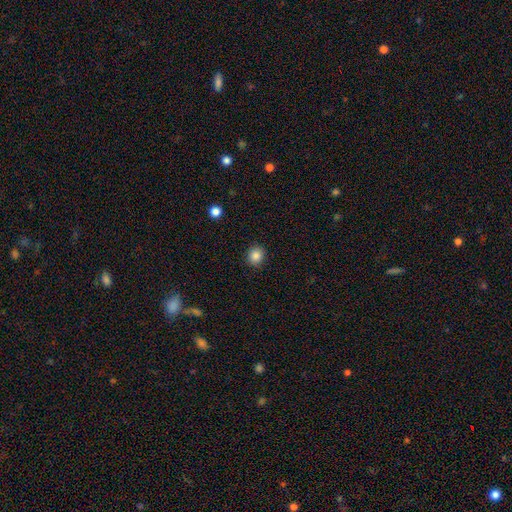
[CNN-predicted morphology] smooth-or-featured: smooth: 85% | star or artifact: 10% | featured or disk: 4%
  how-rounded: round: 85% | in between: 14% | cigar-shaped: 1%
  merging: none: 91% | minor disturbance: 6% | major disturbance: 2% | merger: 1%